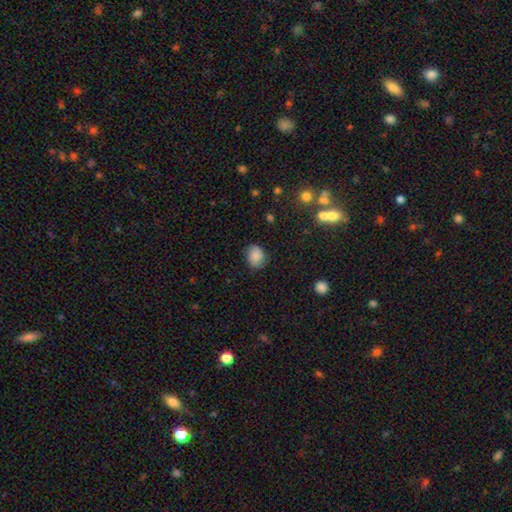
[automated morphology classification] This appears to be a smooth galaxy with no disk features (83%) that is round (51%). Merging: none (77%).